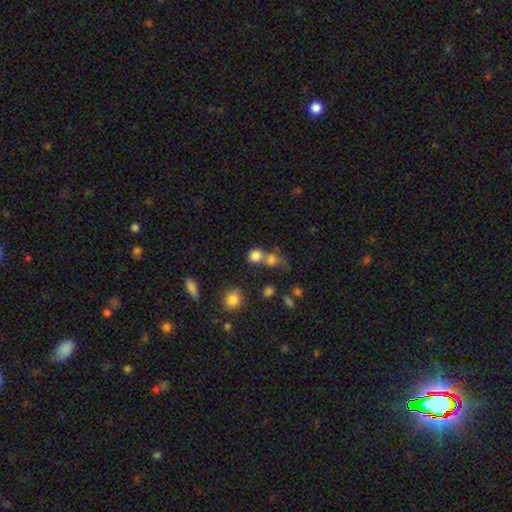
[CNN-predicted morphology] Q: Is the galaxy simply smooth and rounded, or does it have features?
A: smooth — 79%.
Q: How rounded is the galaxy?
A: round — 79%.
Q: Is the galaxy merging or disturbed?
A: merger — 44%.